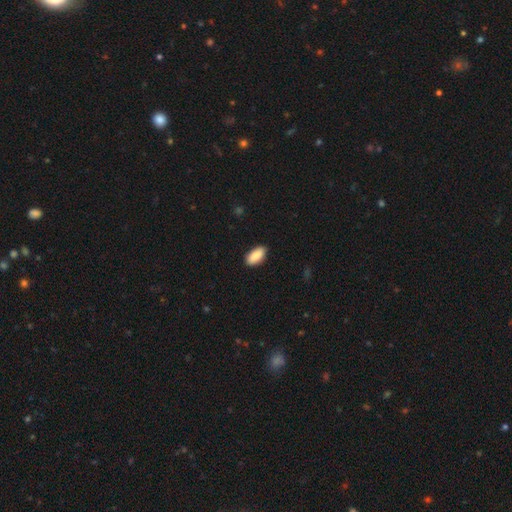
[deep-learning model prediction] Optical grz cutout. It shows a smooth galaxy with no disk features (89%) that is in between round and cigar-shaped (92%). Merging: none (88%).